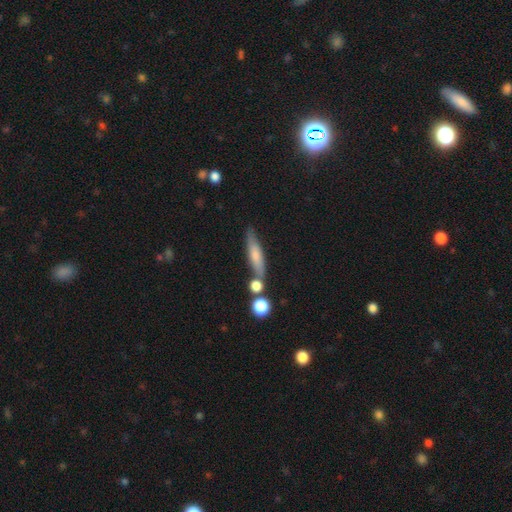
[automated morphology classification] Smooth or featured: smooth — 61% (featured or disk — 31%)
How rounded: cigar-shaped — 75% (in between — 22%)
Merging: none — 68% (minor disturbance — 14%)